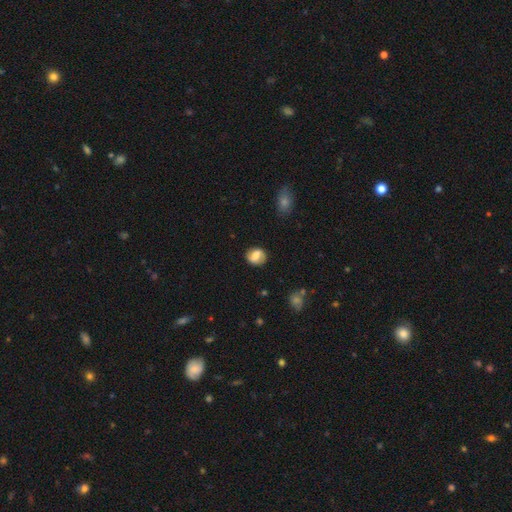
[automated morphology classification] type=smooth (64%); roundness=round (58%); merging=none (77%).